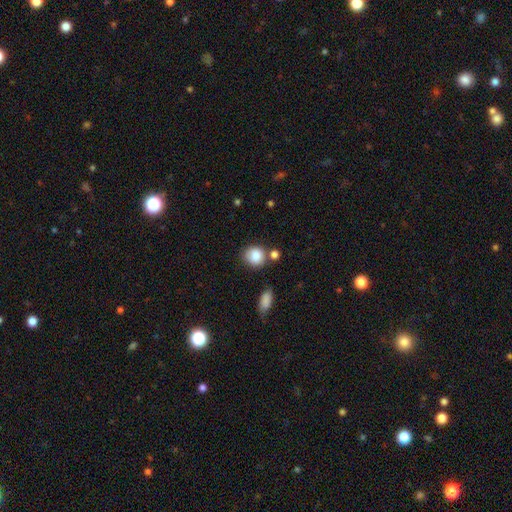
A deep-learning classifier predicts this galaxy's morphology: smooth 84%, star or artifact 8%, featured or disk 7%. Down the decision tree: how rounded — round (70%); merging — none (60%).